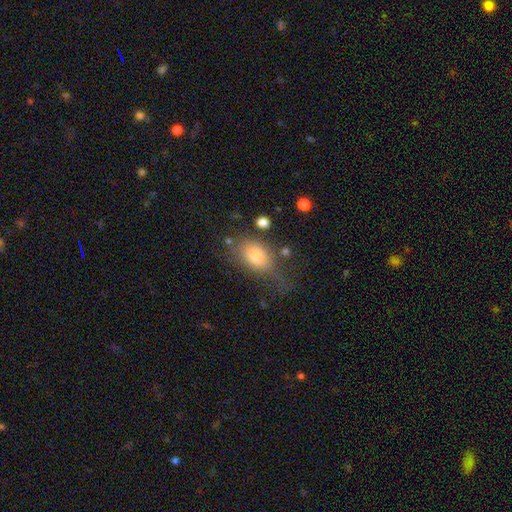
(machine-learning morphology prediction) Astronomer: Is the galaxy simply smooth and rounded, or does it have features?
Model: smooth — 77%.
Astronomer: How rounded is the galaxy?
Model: in between — 83%.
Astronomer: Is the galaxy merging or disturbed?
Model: none — 43% (runner-up: minor disturbance, 28%).